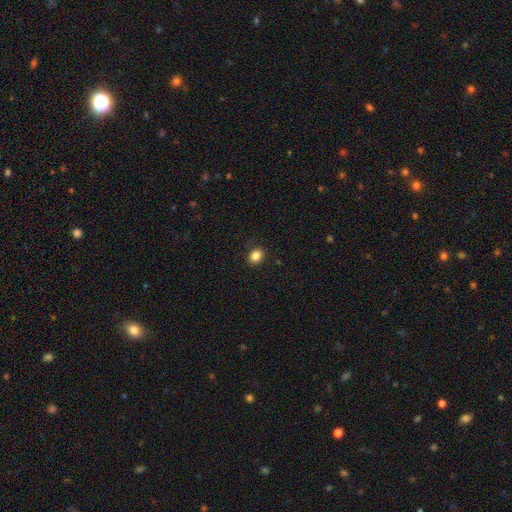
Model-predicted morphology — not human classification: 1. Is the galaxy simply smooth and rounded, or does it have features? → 85% smooth, 11% star or artifact, 4% featured or disk.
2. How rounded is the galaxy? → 68% round, 31% in between, 1% cigar-shaped.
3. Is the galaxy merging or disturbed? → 89% none, 8% minor disturbance, 2% major disturbance, 1% merger.